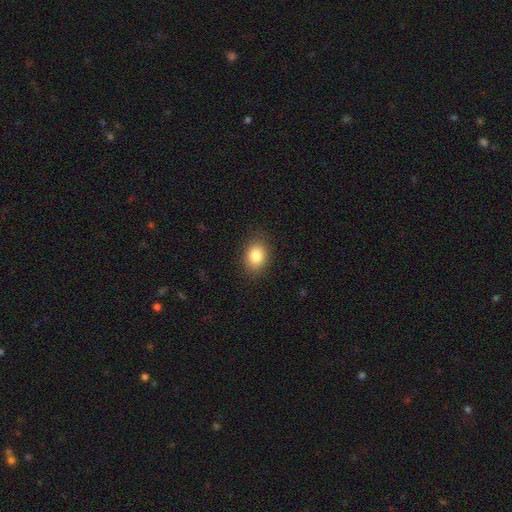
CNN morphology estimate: This is clearly a smooth galaxy (84%). How rounded: likely in between (62%). Merging: clearly none (87%).